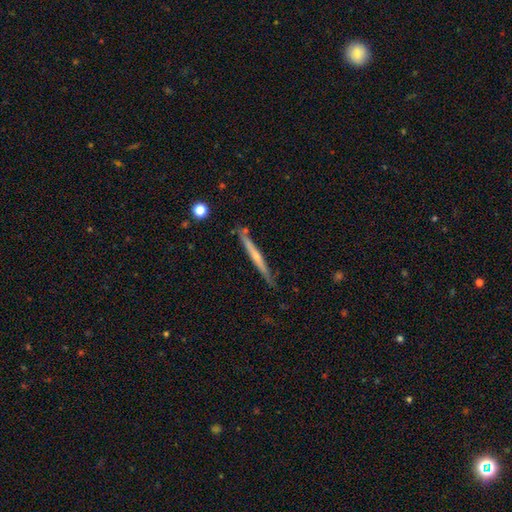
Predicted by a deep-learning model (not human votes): Smooth or featured: featured or disk — 63% (smooth — 30%)
Edge-on disk: yes — 97% (no — 3%)
Edge-on bulge: rounded — 51% (none — 44%)
Merging: none — 82% (minor disturbance — 14%)